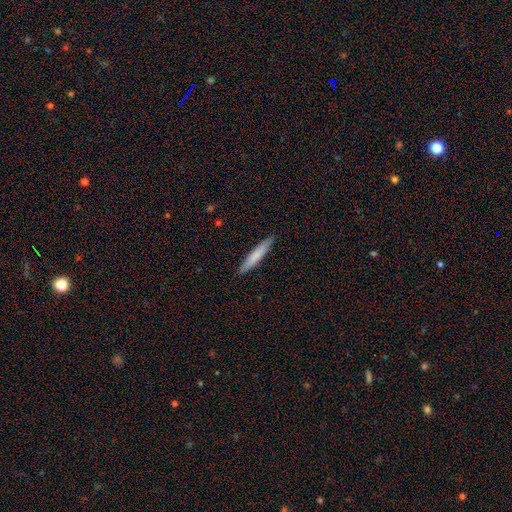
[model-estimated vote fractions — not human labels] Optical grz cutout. It shows a smooth galaxy with no disk features (74%) that is cigar-shaped (94%). Merging: none (90%).